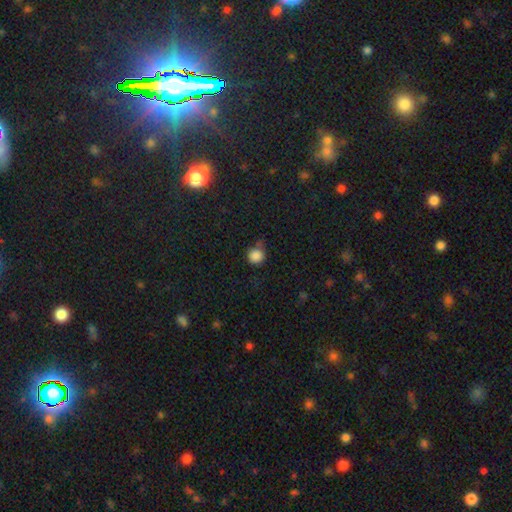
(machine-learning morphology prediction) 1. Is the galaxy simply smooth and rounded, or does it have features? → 84% smooth, 11% star or artifact, 4% featured or disk.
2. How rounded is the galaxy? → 91% round, 8% in between, 1% cigar-shaped.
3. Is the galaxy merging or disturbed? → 59% none, 27% minor disturbance, 7% major disturbance, 7% merger.